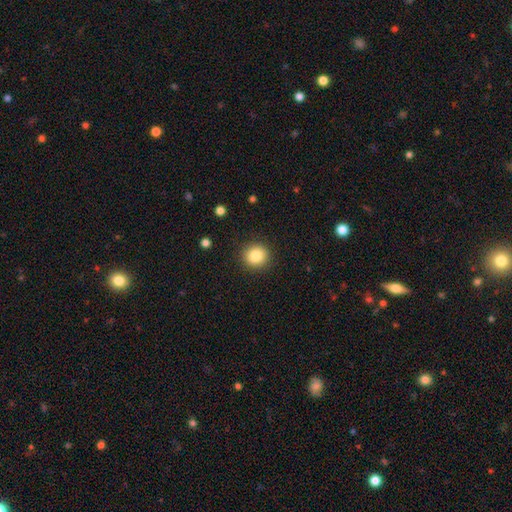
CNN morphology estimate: smooth 85%, star or artifact 9%, featured or disk 5%. Down the decision tree: how rounded — round (89%); merging — none (90%).